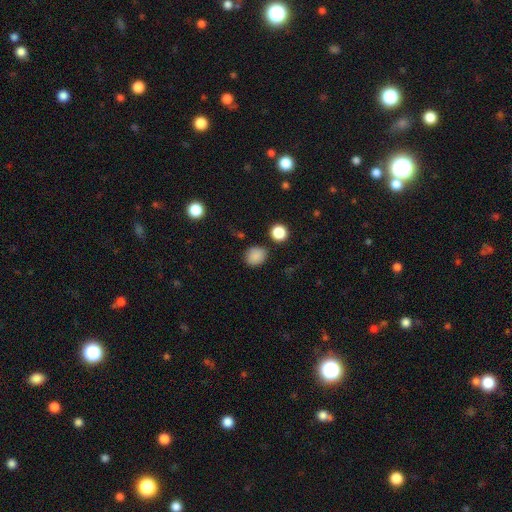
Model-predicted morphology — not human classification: smooth-or-featured: smooth: 86% | star or artifact: 11% | featured or disk: 4%
  how-rounded: round: 70% | in between: 29% | cigar-shaped: 1%
  merging: none: 82% | minor disturbance: 12% | merger: 3% | major disturbance: 3%